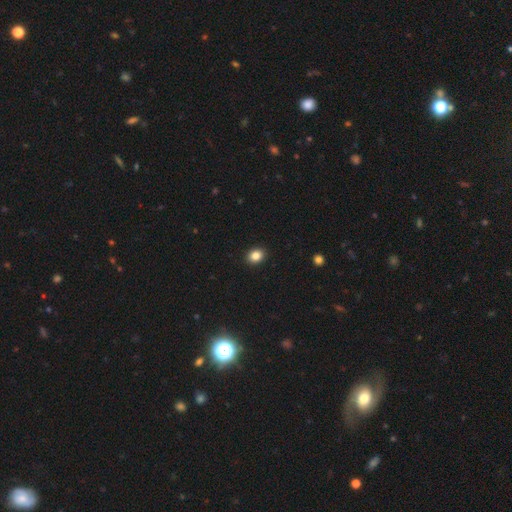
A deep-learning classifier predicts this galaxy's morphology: This appears to be a smooth galaxy with no disk features (85%) that is round (51%). Merging: none (92%).